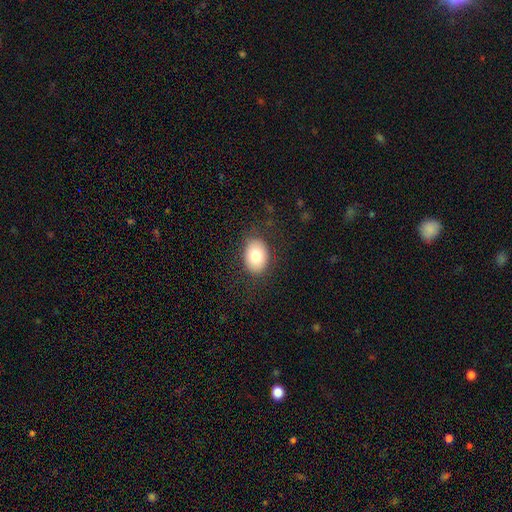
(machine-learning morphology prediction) Smooth or featured? Predicted: smooth (p=0.79). How rounded? Predicted: in between (p=0.77). Merging? Predicted: none (p=0.84).